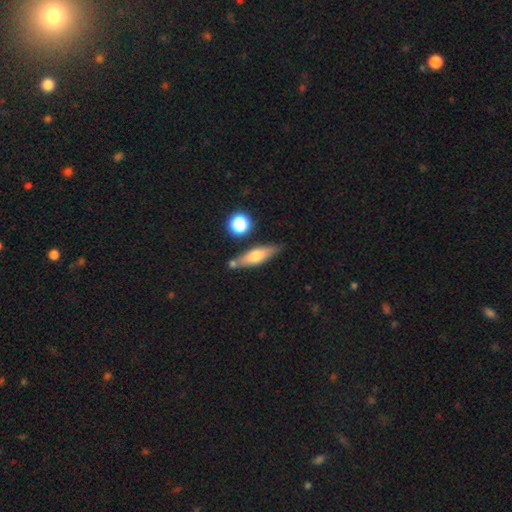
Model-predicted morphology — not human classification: smooth 54%, featured or disk 38%, star or artifact 8%. Down the decision tree: how rounded — cigar-shaped (60%); merging — none (73%).